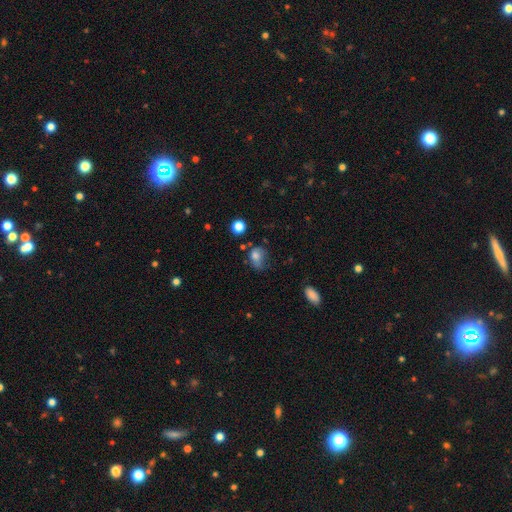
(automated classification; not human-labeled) smooth-or-featured: smooth: 72% | featured or disk: 15% | star or artifact: 13%
  how-rounded: in between: 59% | round: 40% | cigar-shaped: 1%
  merging: none: 37% | minor disturbance: 35% | major disturbance: 23% | merger: 5%